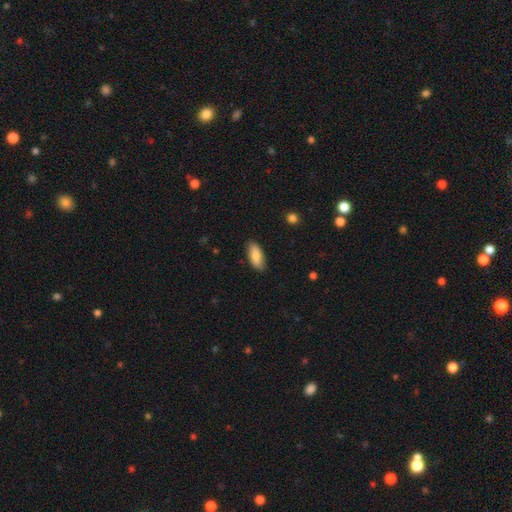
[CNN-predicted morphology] The model was most divided on "smooth or featured": smooth: 83%, featured or disk: 11%, star or artifact: 6%. More confident: merging — none (85%); how rounded — in between (85%).